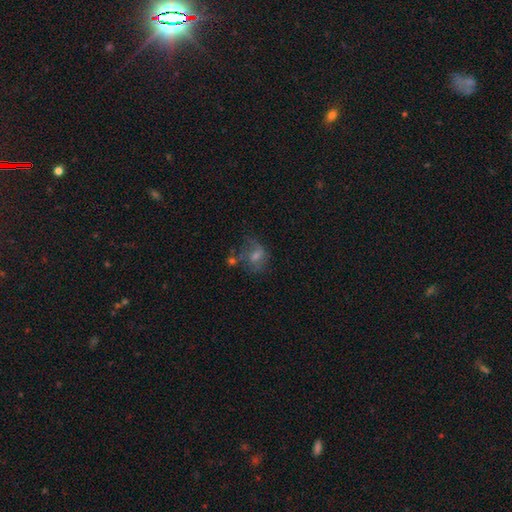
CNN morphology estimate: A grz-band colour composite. It shows a featured or disk galaxy (42%). Merging: none (48%).